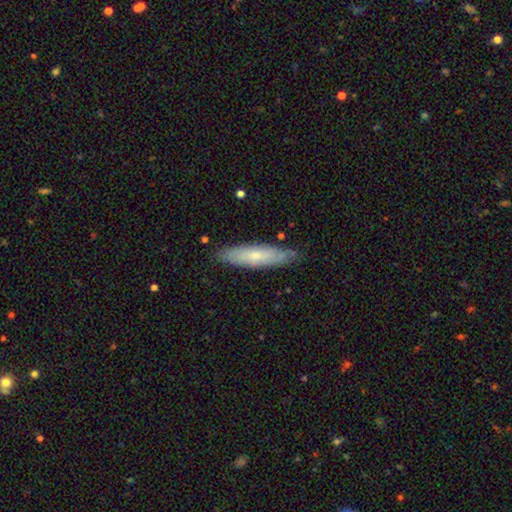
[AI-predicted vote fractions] Overall: smooth (56%; featured or disk 38%). How rounded: cigar-shaped (74%). Merging: none (80%).